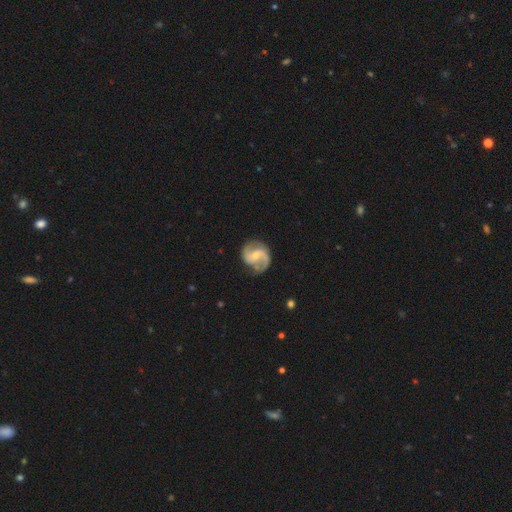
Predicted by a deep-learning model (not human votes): Q: Smooth or featured?
A: featured or disk (87%); runner-up: smooth (9%)
Q: Edge-on disk?
A: no (98%); runner-up: yes (2%)
Q: Bar?
A: weak (49%); runner-up: no (34%)
Q: Spiral arms?
A: yes (97%); runner-up: no (3%)
Q: Spiral winding?
A: medium (54%); runner-up: loose (28%)
Q: Spiral arm count?
A: 2 (89%); runner-up: 1 (4%)
Q: Bulge size?
A: small (58%); runner-up: moderate (35%)
Q: Merging?
A: none (74%); runner-up: minor disturbance (17%)